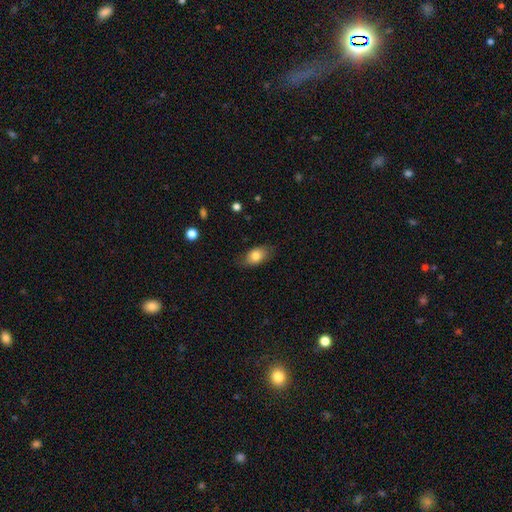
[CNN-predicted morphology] Smooth or featured? Predicted: smooth (p=0.80). How rounded? Predicted: in between (p=0.87). Merging? Predicted: none (p=0.78).